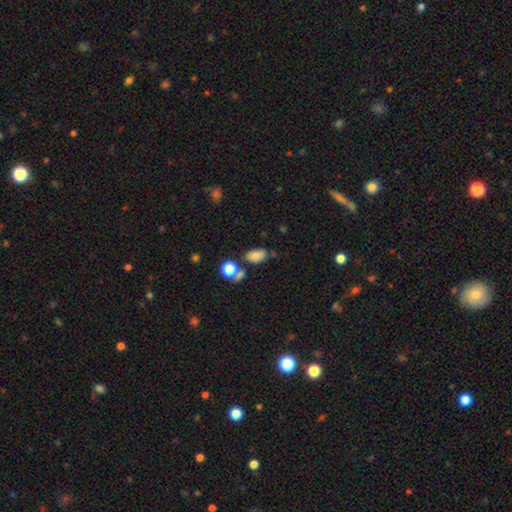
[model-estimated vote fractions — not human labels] A smooth galaxy with no disk features (79%) that is in between round and cigar-shaped (88%).

Vote fractions:
- Smooth or featured? smooth: 79% / star or artifact: 11% / featured or disk: 10%
- How rounded? in between: 88% / round: 10% / cigar-shaped: 2%
- Merging? none: 63% / minor disturbance: 16% / merger: 16% / major disturbance: 5%